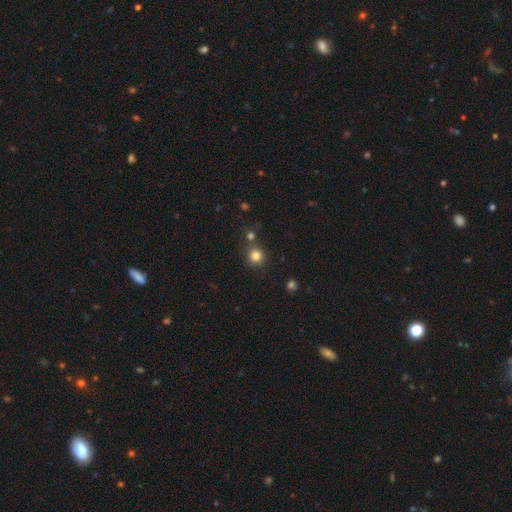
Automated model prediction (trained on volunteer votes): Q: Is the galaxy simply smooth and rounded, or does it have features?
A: smooth — 81%.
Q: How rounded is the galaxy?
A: round — 92%.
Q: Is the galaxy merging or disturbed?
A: none — 75%.